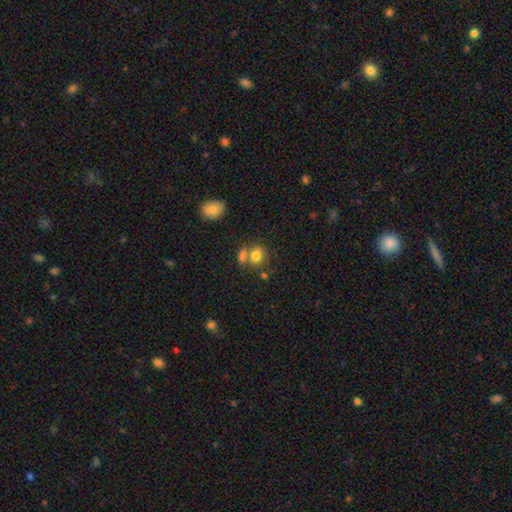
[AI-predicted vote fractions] This is likely a smooth galaxy (79%). How rounded: possibly round (58%). Merging: possibly none (48%).